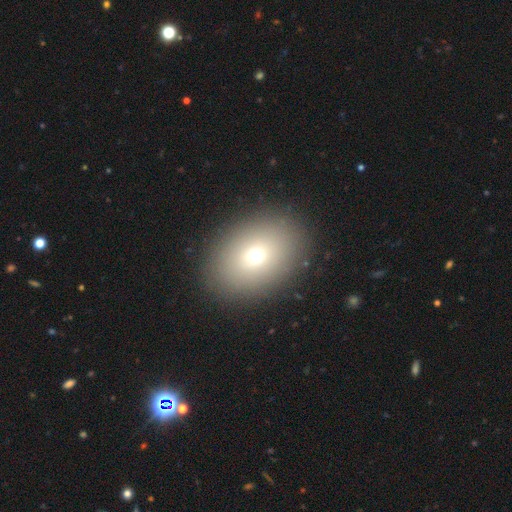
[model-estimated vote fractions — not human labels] Morphology: type=smooth (70%); roundness=in between (66%); merging=none (88%).